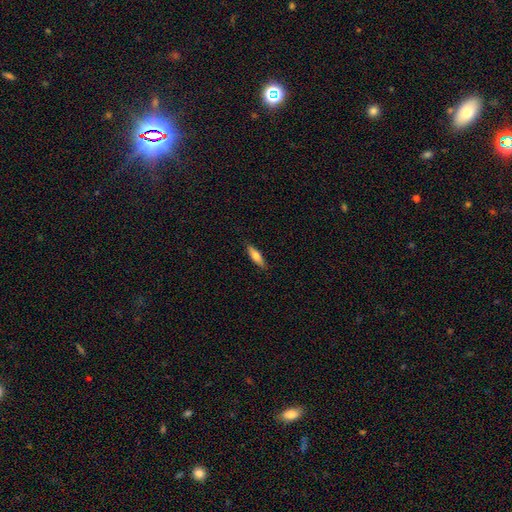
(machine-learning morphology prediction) Smooth or featured? Predicted: smooth (p=0.66). How rounded? Predicted: cigar-shaped (p=0.57). Merging? Predicted: none (p=0.87).